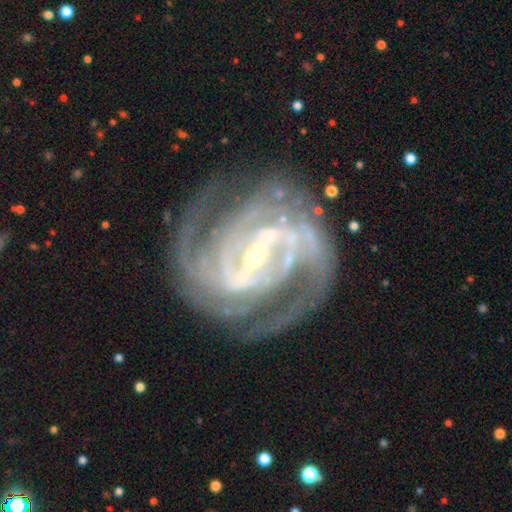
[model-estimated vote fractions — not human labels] smooth-or-featured: featured or disk: 92% | star or artifact: 5% | smooth: 3%
  disk-edge-on: no: 97% | yes: 3%
    bar: strong: 70% | weak: 23% | no: 7%
    has-spiral-arms: yes: 98% | no: 2%
      spiral-winding: tight: 56% | medium: 38% | loose: 7%
      spiral-arm-count: 2: 32% | 3: 22% | 4: 18% | can't tell: 14% | more than 4: 8% | 1: 6%
    bulge-size: small: 75% | moderate: 20% | large: 2% | none: 2% | dominant: 1%
  merging: none: 74% | minor disturbance: 14% | major disturbance: 9% | merger: 2%